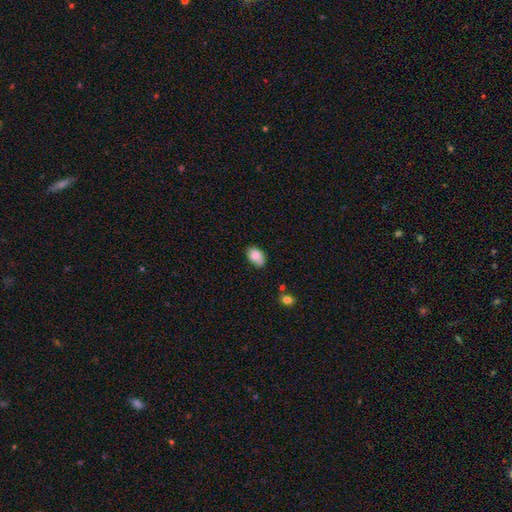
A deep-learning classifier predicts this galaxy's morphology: smooth_or_featured: smooth (p=0.85) [alt: star or artifact p=0.08]
how_rounded: in between (p=0.89) [alt: round p=0.10]
merging: none (p=0.68) [alt: minor disturbance p=0.25]